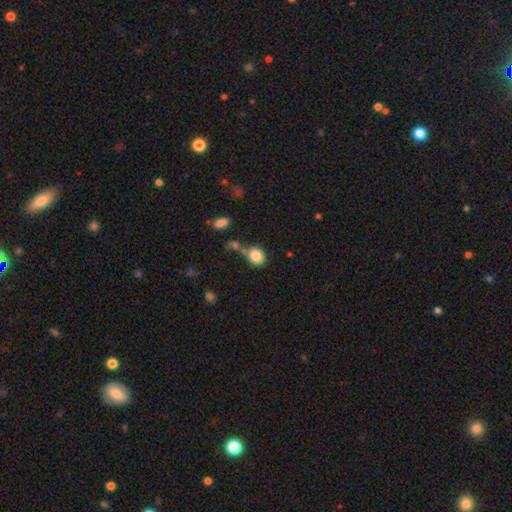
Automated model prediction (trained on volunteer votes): smooth_or_featured: smooth (p=0.85) [alt: star or artifact p=0.09]
how_rounded: round (p=0.60) [alt: in between p=0.39]
merging: none (p=0.63) [alt: merger p=0.17]